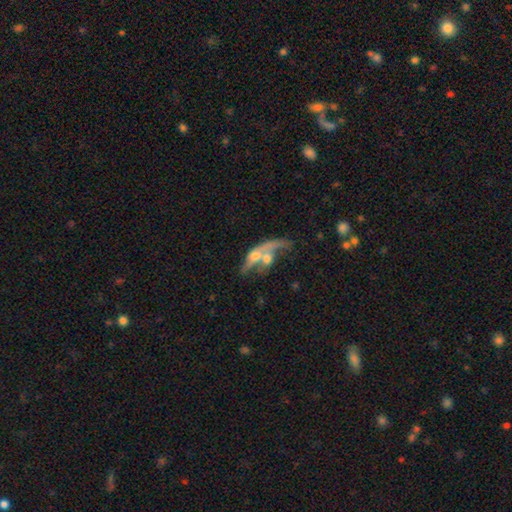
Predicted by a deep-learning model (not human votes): Smooth or featured? featured or disk (55%)
Edge-on disk? no (78%)
Merging? merger (60%)